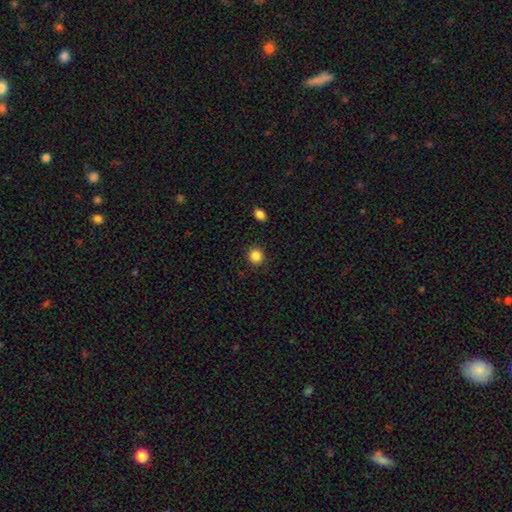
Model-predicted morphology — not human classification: smooth-or-featured: smooth: 86% | star or artifact: 11% | featured or disk: 4%
  how-rounded: round: 88% | in between: 11% | cigar-shaped: 1%
  merging: none: 89% | minor disturbance: 7% | major disturbance: 2% | merger: 2%